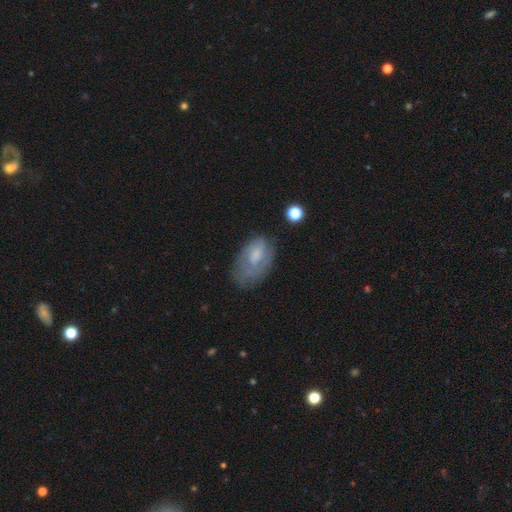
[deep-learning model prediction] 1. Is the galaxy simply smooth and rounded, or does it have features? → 47% smooth, 44% featured or disk, 9% star or artifact.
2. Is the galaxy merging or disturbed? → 50% none, 29% minor disturbance, 18% major disturbance, 3% merger.